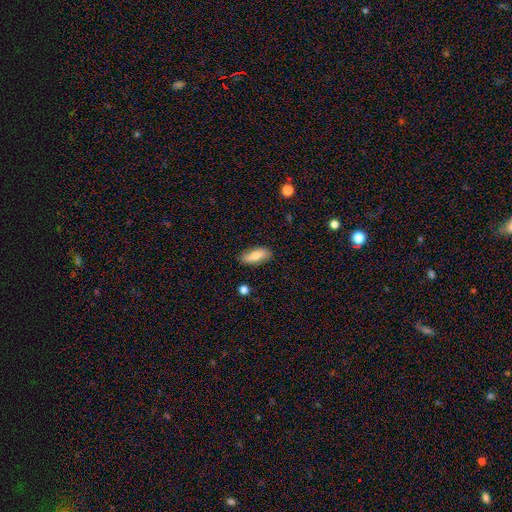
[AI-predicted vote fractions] smooth_or_featured: smooth (p=0.78) [alt: featured or disk p=0.16]
how_rounded: in between (p=0.72) [alt: cigar-shaped p=0.26]
merging: none (p=0.86) [alt: minor disturbance p=0.10]